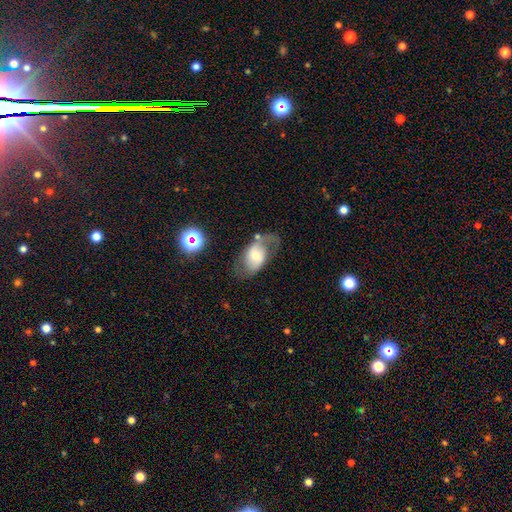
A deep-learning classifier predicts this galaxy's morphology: This appears to be a featured or disk galaxy (57%) with no bar (58%), spiral arms (74%) and a moderate central bulge (51%). Merging: none (52%).